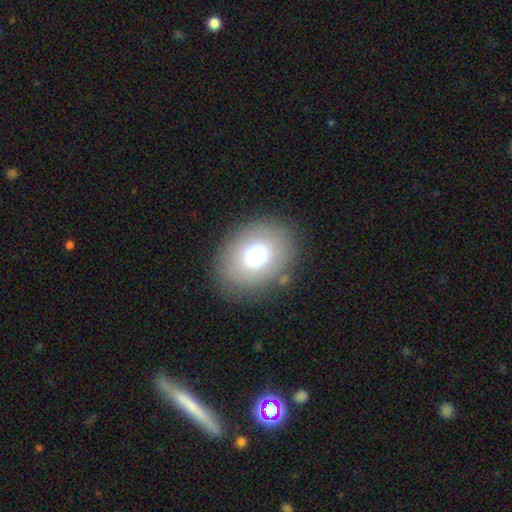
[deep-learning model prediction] smooth-or-featured: smooth: 76% | featured or disk: 16% | star or artifact: 8%
  how-rounded: in between: 65% | round: 34% | cigar-shaped: 1%
  merging: none: 85% | minor disturbance: 10% | major disturbance: 4% | merger: 2%